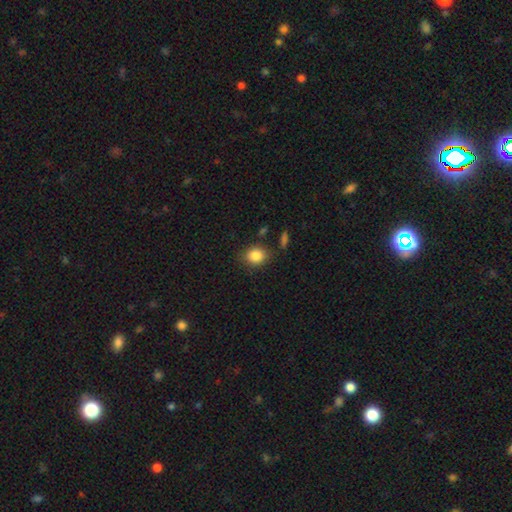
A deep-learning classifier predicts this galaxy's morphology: smooth 85%, star or artifact 9%, featured or disk 6%. Down the decision tree: how rounded — round (58%); merging — none (80%).